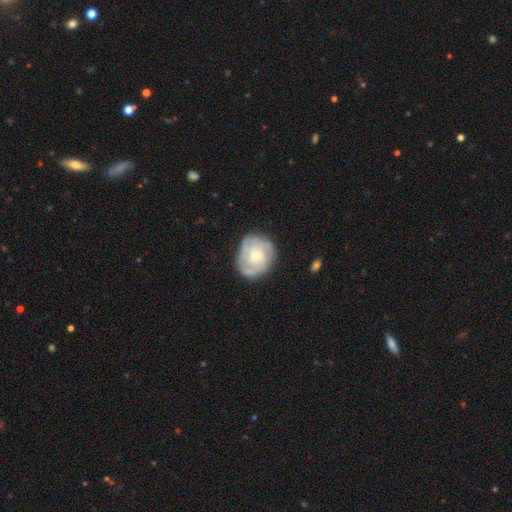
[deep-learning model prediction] A featured or disk galaxy (68%) with no bar (70%), tight (57%) spiral arms (85%) and a small central bulge (48%).

Vote fractions:
- Smooth or featured? featured or disk: 68% / smooth: 26% / star or artifact: 6%
- Edge-on disk? no: 98% / yes: 2%
- Bar? no: 70% / weak: 26% / strong: 4%
- Spiral arms? yes: 85% / no: 15%
- Spiral winding? tight: 57% / medium: 33% / loose: 10%
- Spiral arm count? can't tell: 38% / 3: 26% / 2: 18% / 4: 9% / 1: 5% / more than 4: 4%
- Bulge size? small: 48% / moderate: 42% / none: 4% / large: 4% / dominant: 1%
- Merging? none: 70% / minor disturbance: 21% / major disturbance: 7% / merger: 2%